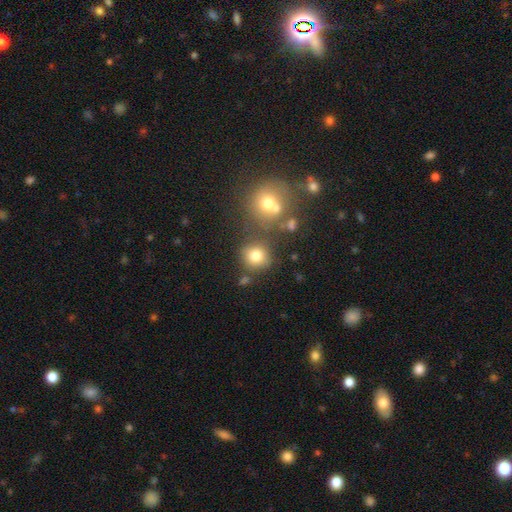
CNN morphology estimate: Overall: smooth (77%). How rounded: round (86%). Merging: none (71%).